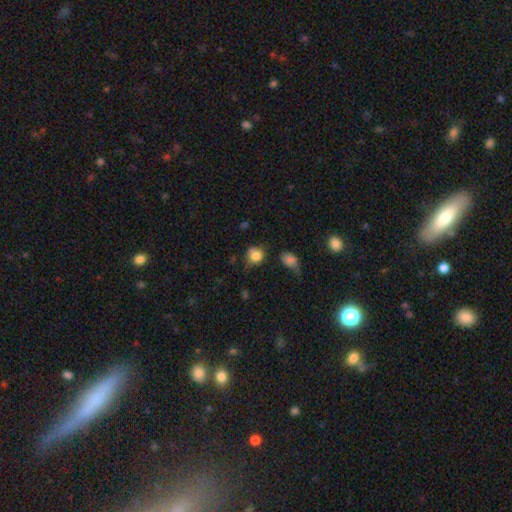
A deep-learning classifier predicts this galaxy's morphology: The model was most divided on "merging": none: 53%, minor disturbance: 29%, major disturbance: 12%, merger: 7%. More confident: smooth or featured — smooth (80%); how rounded — round (73%).